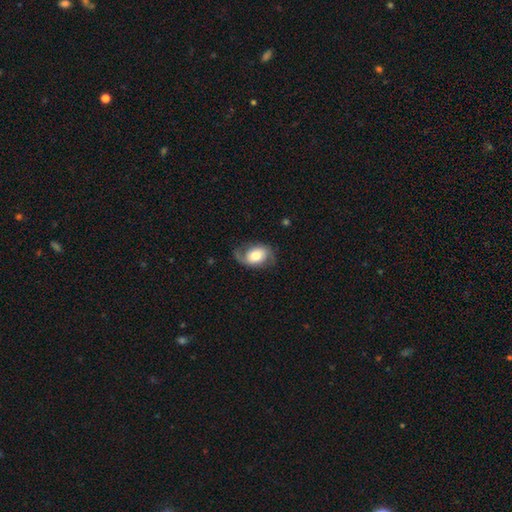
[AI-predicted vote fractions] This appears to be a featured or disk galaxy (60%) with no bar (59%), 2 (79%) loose (46%) spiral arms (87%) and a moderate central bulge (51%). Merging: none (61%).